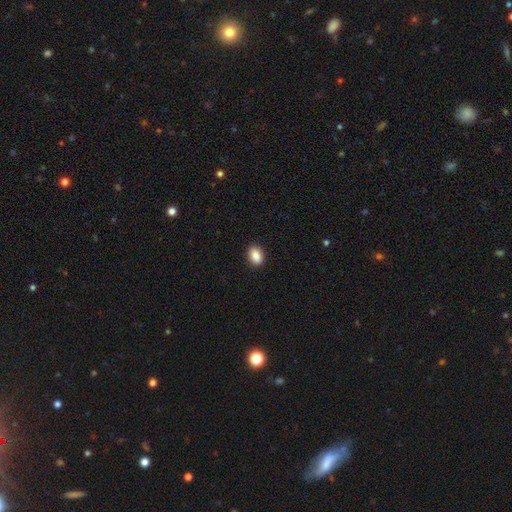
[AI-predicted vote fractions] Smooth or featured? smooth (88%)
How rounded? in between (74%)
Merging? none (91%)